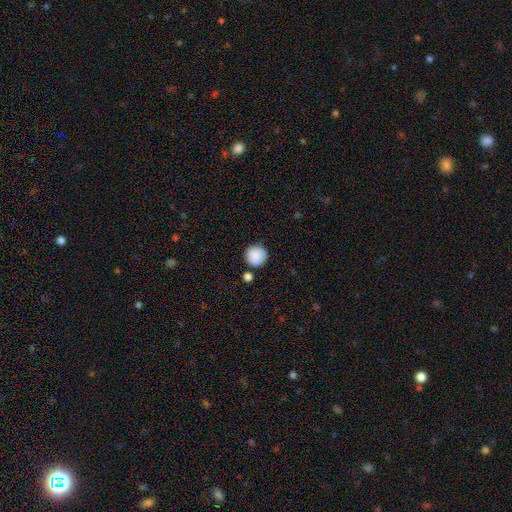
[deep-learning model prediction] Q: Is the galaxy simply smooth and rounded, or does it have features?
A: smooth — 88%.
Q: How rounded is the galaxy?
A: round — 94%.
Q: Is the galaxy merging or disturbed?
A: none — 82%.